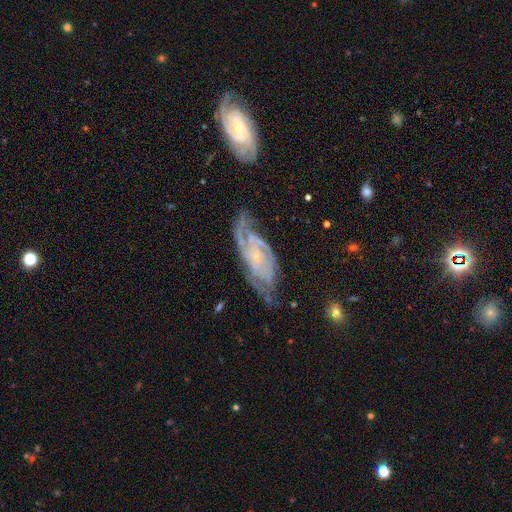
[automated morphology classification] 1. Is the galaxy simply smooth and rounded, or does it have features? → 82% featured or disk, 10% smooth, 8% star or artifact.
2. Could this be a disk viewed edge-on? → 92% no, 8% yes.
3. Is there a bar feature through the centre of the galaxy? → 62% no, 30% weak, 8% strong.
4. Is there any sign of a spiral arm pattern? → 95% yes, 5% no.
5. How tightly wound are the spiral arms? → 58% tight, 33% medium, 9% loose.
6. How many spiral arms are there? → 39% 2, 28% can't tell, 17% 3, 6% 4, 5% 1, 4% more than 4.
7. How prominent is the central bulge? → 74% small, 13% moderate, 10% none, 1% large, 1% dominant.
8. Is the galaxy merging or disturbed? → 63% none, 22% minor disturbance, 11% major disturbance, 5% merger.